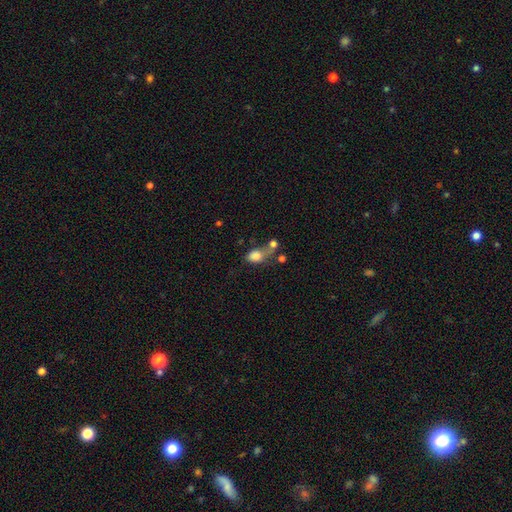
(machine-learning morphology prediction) A smooth galaxy with no disk features (78%) that is in between round and cigar-shaped (70%). Merging: merger (35%).